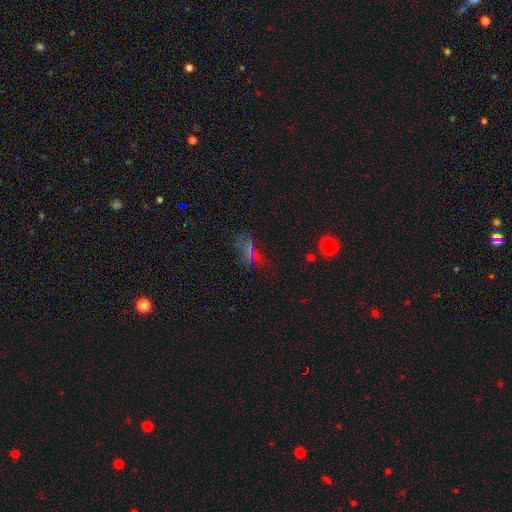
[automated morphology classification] smooth 48%, star or artifact 29%, featured or disk 24%. Down the decision tree: merging — none (44%).